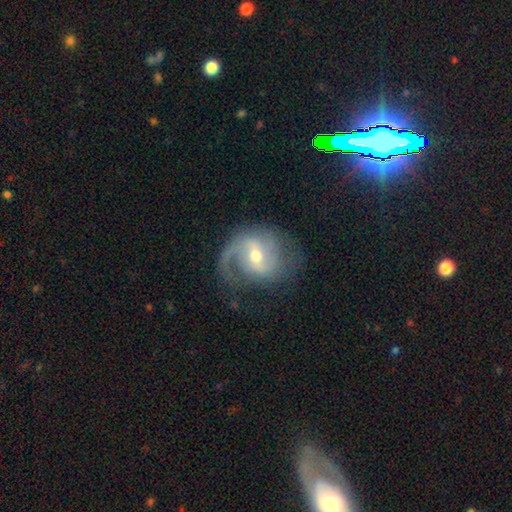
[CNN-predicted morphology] A featured or disk galaxy (85%) with a weak bar (53%), 2 (60%) medium (48%) spiral arms (95%) and a moderate central bulge (60%).

Vote fractions:
- Smooth or featured? featured or disk: 85% / smooth: 9% / star or artifact: 6%
- Edge-on disk? no: 97% / yes: 3%
- Bar? weak: 53% / strong: 28% / no: 19%
- Spiral arms? yes: 95% / no: 5%
- Spiral winding? medium: 48% / loose: 34% / tight: 18%
- Spiral arm count? 2: 60% / 1: 29% / can't tell: 6% / 3: 2% / 4: 1% / more than 4: 1%
- Bulge size? moderate: 60% / small: 35% / large: 3% / none: 1% / dominant: 1%
- Merging? none: 62% / minor disturbance: 21% / major disturbance: 15% / merger: 2%